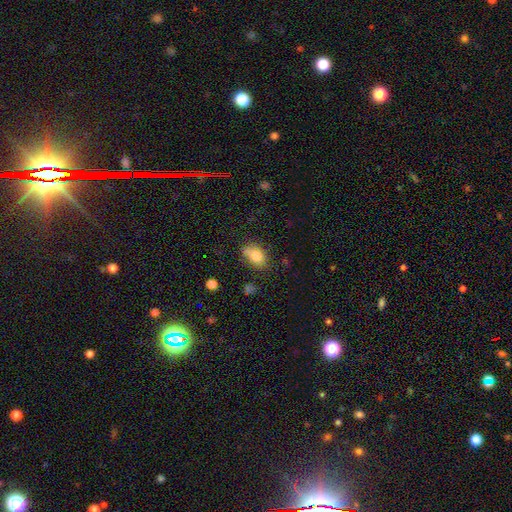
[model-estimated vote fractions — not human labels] Smooth or featured? Predicted: smooth (p=0.80). How rounded? Predicted: in between (p=0.74). Merging? Predicted: none (p=0.60).